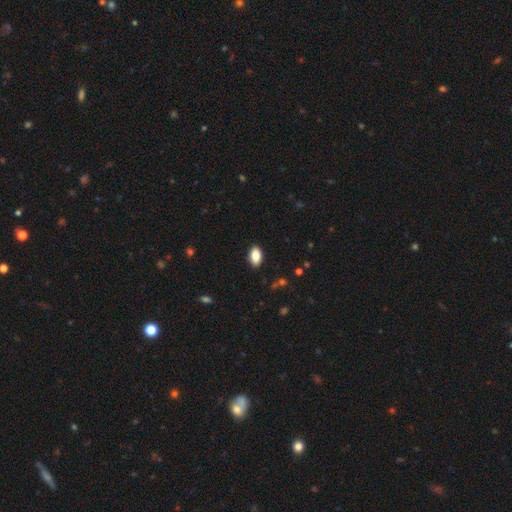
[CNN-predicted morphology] The model was most divided on "smooth or featured": smooth: 86%, star or artifact: 7%, featured or disk: 7%. More confident: how rounded — in between (92%); merging — none (89%).